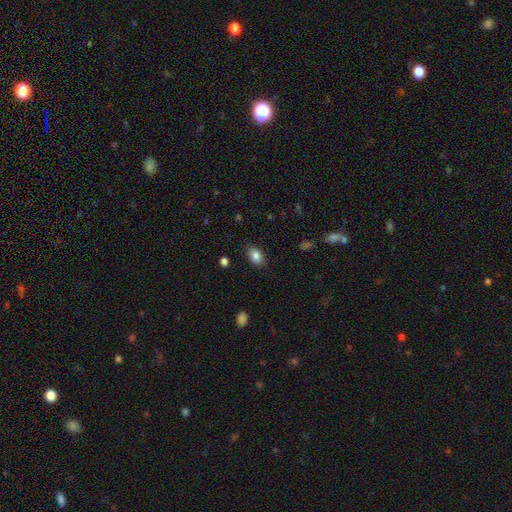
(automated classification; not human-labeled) A smooth galaxy with no disk features (85%) that is in between round and cigar-shaped (84%).

Vote fractions:
- Smooth or featured? smooth: 85% / star or artifact: 9% / featured or disk: 7%
- How rounded? in between: 84% / round: 15% / cigar-shaped: 1%
- Merging? none: 85% / minor disturbance: 11% / major disturbance: 3% / merger: 1%